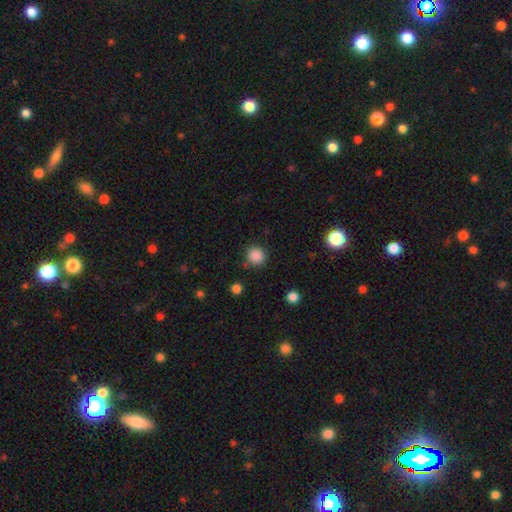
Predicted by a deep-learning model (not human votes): This is clearly a smooth galaxy (86%). How rounded: clearly round (92%). Merging: clearly none (86%).